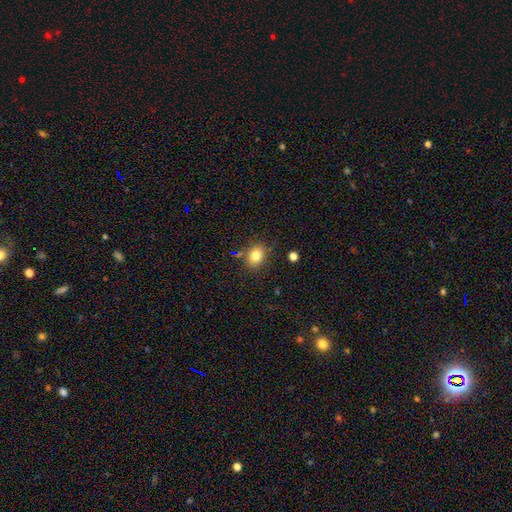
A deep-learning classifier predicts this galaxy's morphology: This appears to be a smooth galaxy with no disk features (80%) that is round (57%). Merging: none (80%).